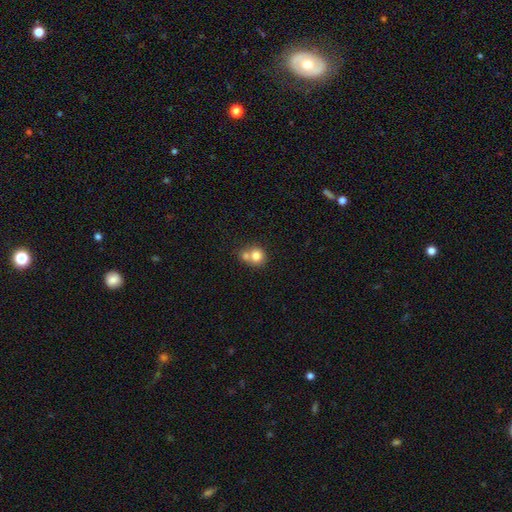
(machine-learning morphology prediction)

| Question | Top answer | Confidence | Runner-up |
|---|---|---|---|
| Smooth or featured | smooth | 77% | featured or disk (13%) |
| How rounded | round | 81% | in between (18%) |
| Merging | merger | 53% | none (36%) |